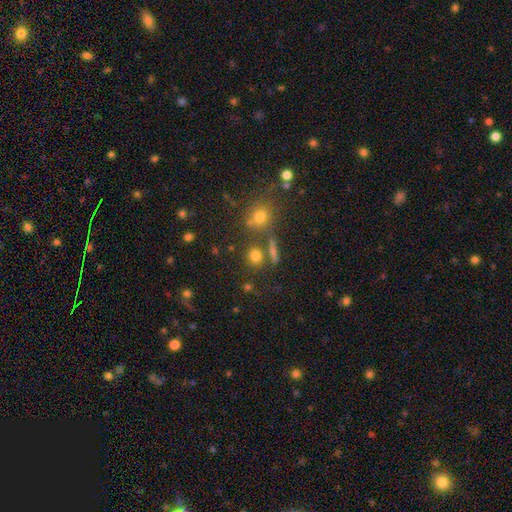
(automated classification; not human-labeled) A smooth galaxy with no disk features (75%) that is round (79%).

Vote fractions:
- Smooth or featured? smooth: 75% / star or artifact: 17% / featured or disk: 9%
- How rounded? round: 79% / in between: 18% / cigar-shaped: 3%
- Merging? none: 74% / merger: 13% / minor disturbance: 9% / major disturbance: 4%